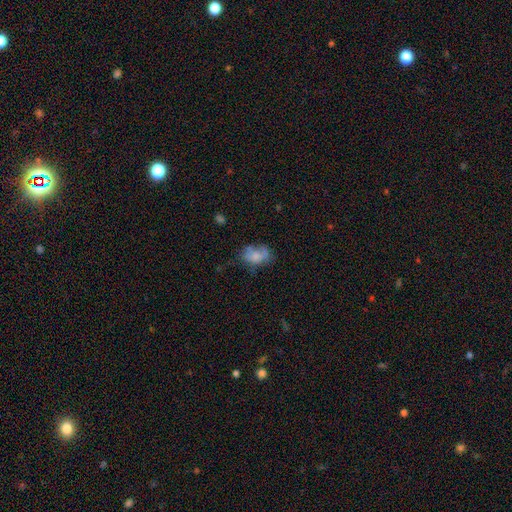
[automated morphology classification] Q: Smooth or featured?
A: smooth (66%); runner-up: featured or disk (24%)
Q: How rounded?
A: in between (79%); runner-up: round (20%)
Q: Merging?
A: none (39%); runner-up: minor disturbance (31%)